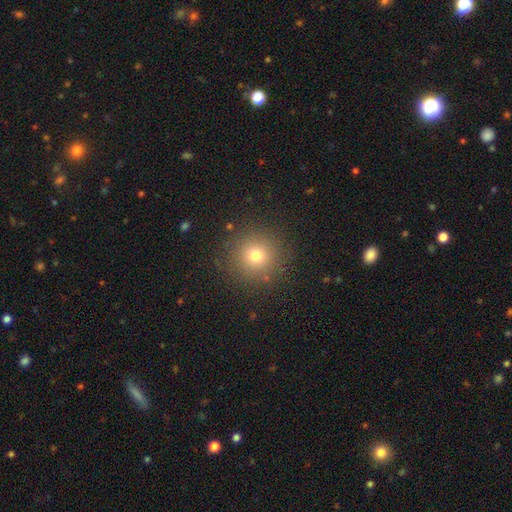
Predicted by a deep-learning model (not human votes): Morphology: type=smooth (73%); roundness=round (95%); merging=none (89%).